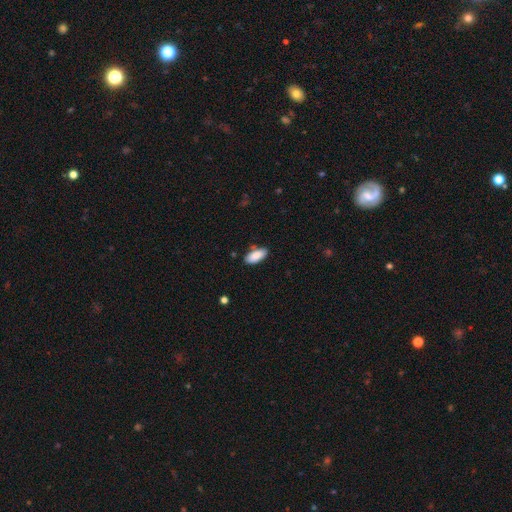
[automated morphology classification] Smooth or featured? smooth (89%)
How rounded? in between (90%)
Merging? none (79%)